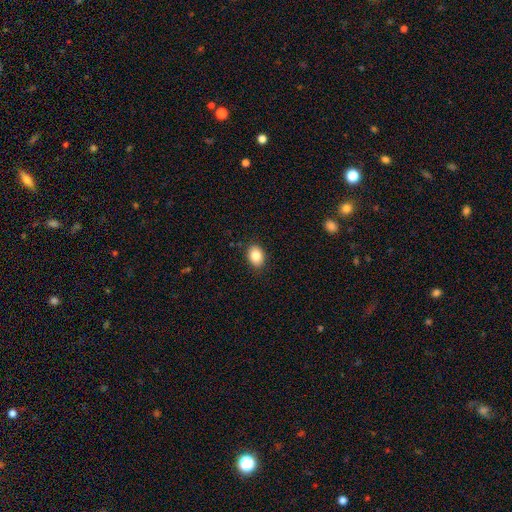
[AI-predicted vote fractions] smooth_or_featured: smooth (p=0.85) [alt: star or artifact p=0.08]
how_rounded: in between (p=0.73) [alt: round p=0.26]
merging: none (p=0.88) [alt: minor disturbance p=0.09]